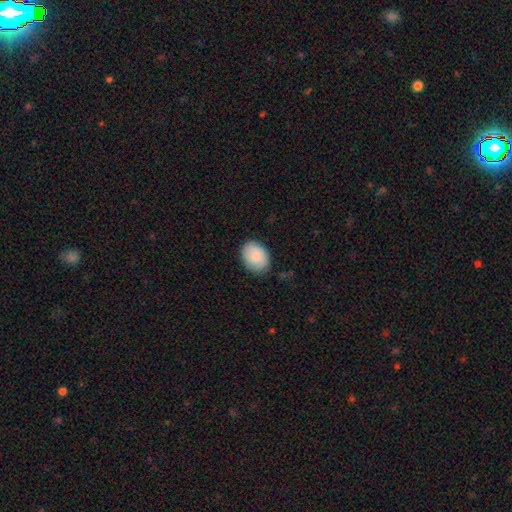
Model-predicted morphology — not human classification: Smooth or featured: smooth — 84% (featured or disk — 9%)
How rounded: in between — 67% (round — 33%)
Merging: none — 82% (minor disturbance — 14%)